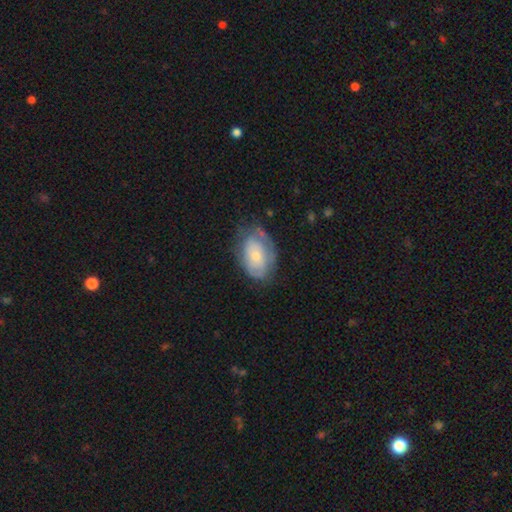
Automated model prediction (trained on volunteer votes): Smooth or featured? smooth (48%)
Merging? none (57%)